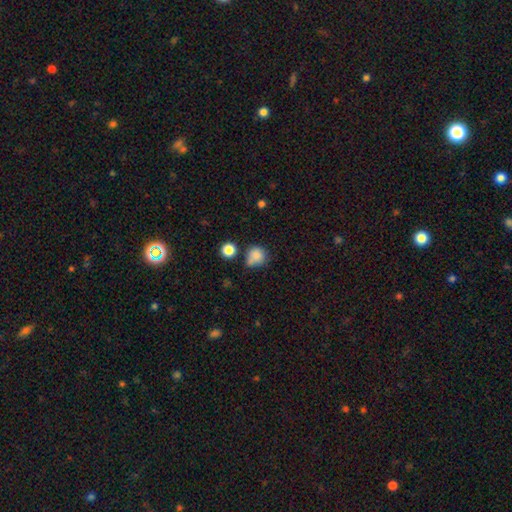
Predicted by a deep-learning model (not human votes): smooth-or-featured: smooth: 83% | star or artifact: 11% | featured or disk: 6%
  how-rounded: round: 85% | in between: 14% | cigar-shaped: 1%
  merging: none: 55% | minor disturbance: 22% | merger: 15% | major disturbance: 8%